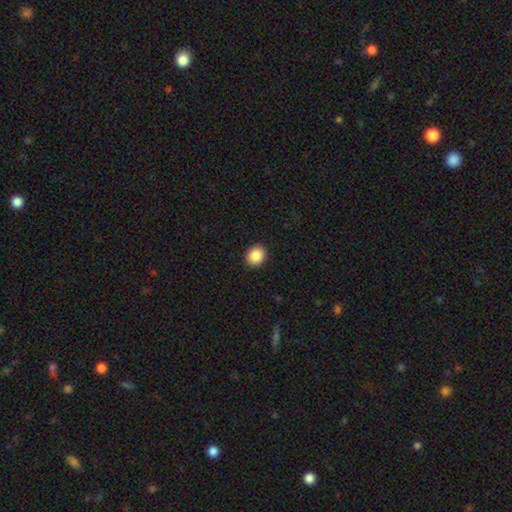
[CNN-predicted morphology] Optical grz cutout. It shows a smooth galaxy with no disk features (88%) that is round (68%). Merging: none (92%).